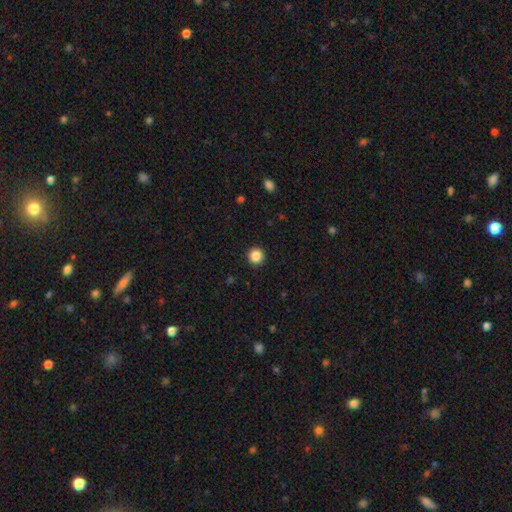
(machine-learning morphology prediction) Smooth or featured: smooth — 87% (star or artifact — 10%)
How rounded: round — 96% (in between — 3%)
Merging: none — 93% (minor disturbance — 4%)